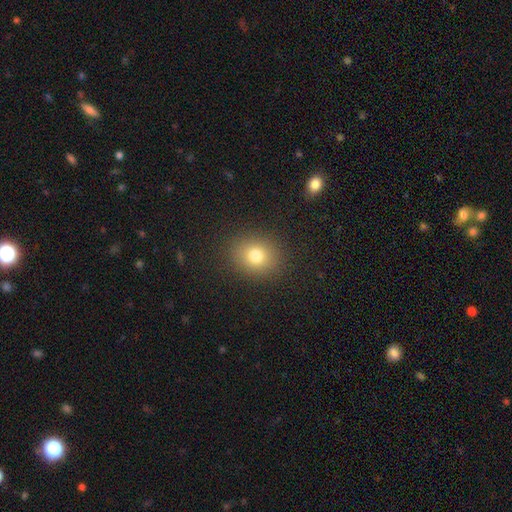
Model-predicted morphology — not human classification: Smooth or featured: smooth — 77% (star or artifact — 14%)
How rounded: round — 70% (in between — 29%)
Merging: none — 89% (minor disturbance — 7%)